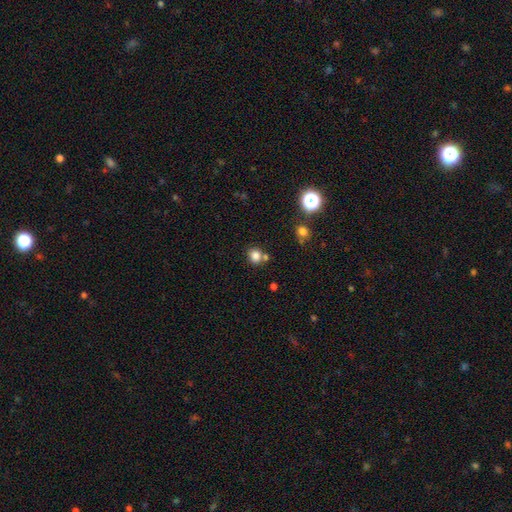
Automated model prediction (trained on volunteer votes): A smooth galaxy with no disk features (82%) that is round (78%). Merging: none (68%).